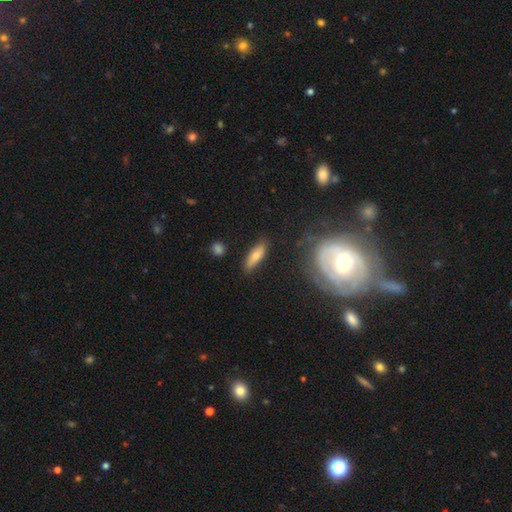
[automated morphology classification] A smooth galaxy with no disk features (72%) that is in between round and cigar-shaped (56%). Merging: none (80%).